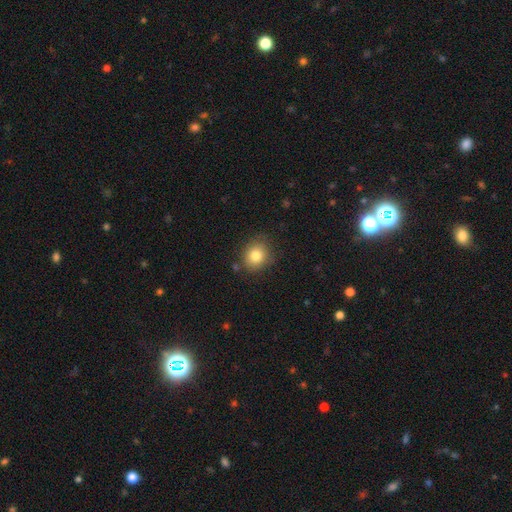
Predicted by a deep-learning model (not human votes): This appears to be a smooth galaxy with no disk features (81%) that is round (70%). Merging: none (81%).